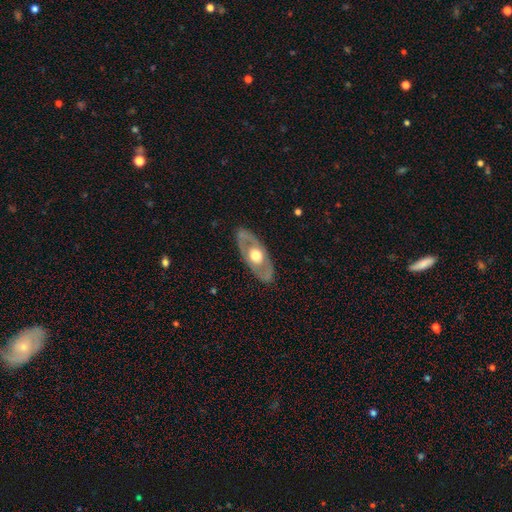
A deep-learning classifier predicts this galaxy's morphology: The model was most divided on "smooth or featured": featured or disk: 59%, smooth: 36%, star or artifact: 5%. More confident: merging — none (83%); edge-on disk — no (77%).